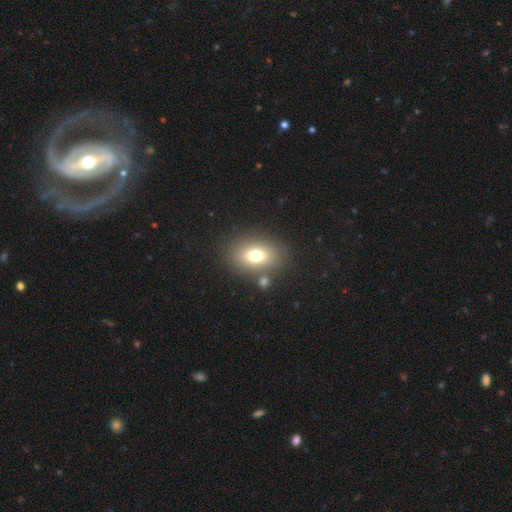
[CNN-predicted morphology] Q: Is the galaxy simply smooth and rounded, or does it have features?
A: smooth — 73%.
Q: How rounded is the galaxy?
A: in between — 73%.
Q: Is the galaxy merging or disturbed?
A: none — 77%.